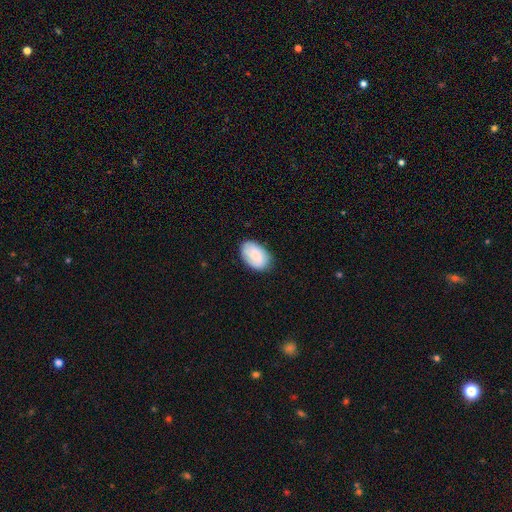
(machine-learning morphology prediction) Smooth or featured? smooth (74%)
How rounded? in between (91%)
Merging? none (80%)